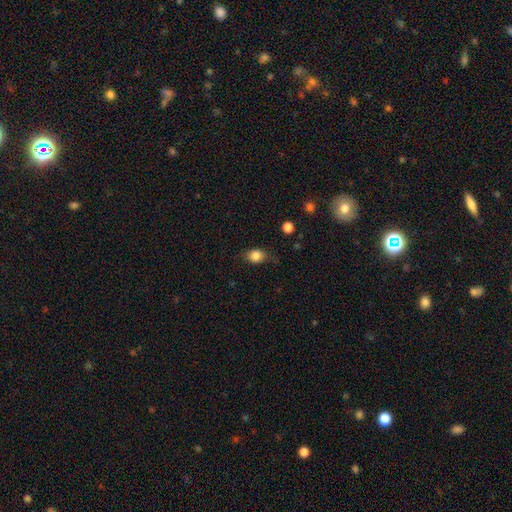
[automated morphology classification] Smooth or featured?
  - smooth: 83% *
  - star or artifact: 10%
  - featured or disk: 7%
How rounded?
  - in between: 52% *
  - round: 47%
  - cigar-shaped: 2%
Merging?
  - none: 71% *
  - minor disturbance: 22%
  - major disturbance: 6%
  - merger: 1%